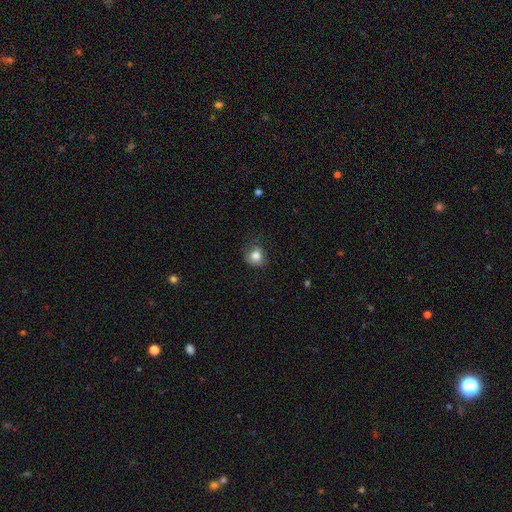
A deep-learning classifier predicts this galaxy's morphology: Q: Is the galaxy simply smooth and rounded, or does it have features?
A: smooth — 81%.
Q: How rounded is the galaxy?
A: round — 72%.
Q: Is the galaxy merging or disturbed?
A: none — 65%.